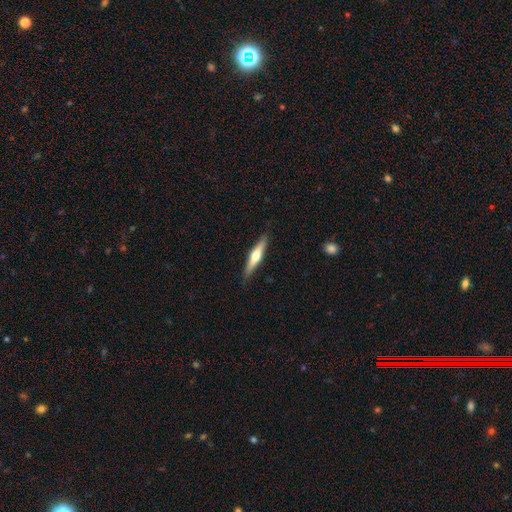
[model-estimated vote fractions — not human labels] Smooth or featured? Predicted: featured or disk (p=0.55). Edge-on disk? Predicted: yes (p=0.94). Edge-on bulge? Predicted: rounded (p=0.91). Merging? Predicted: none (p=0.87).